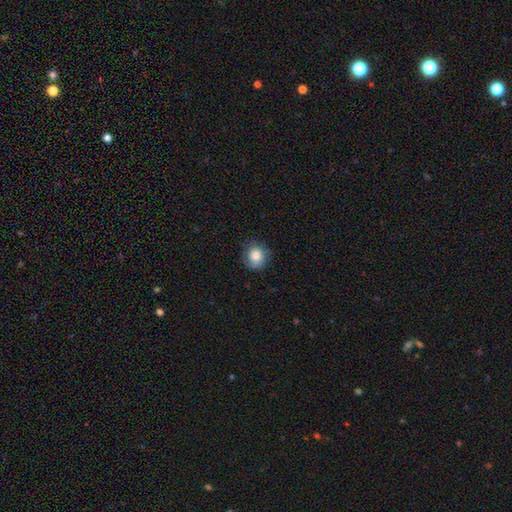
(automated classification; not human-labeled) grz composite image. It shows a smooth galaxy with no disk features (74%) that is round (84%). Merging: none (74%).